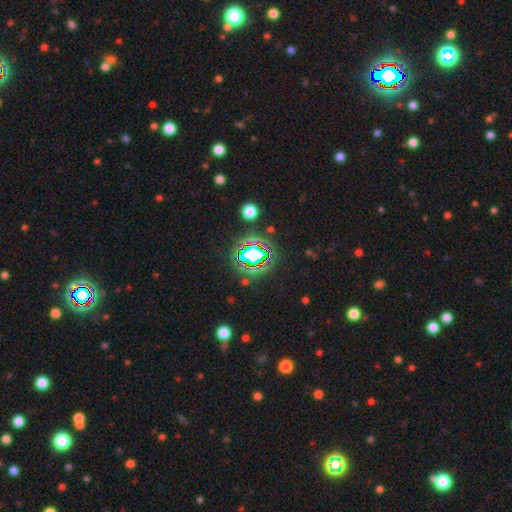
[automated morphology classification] type=star or artifact (64%).